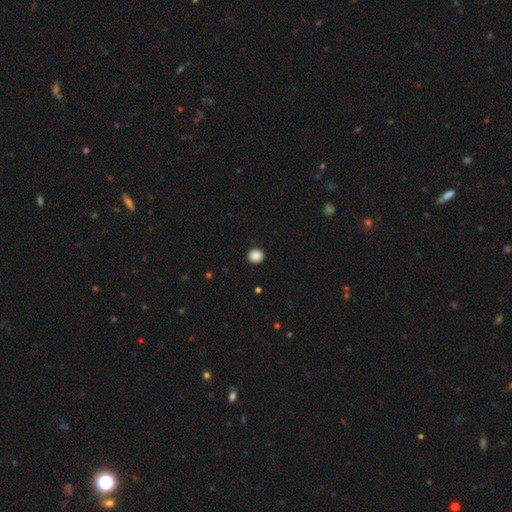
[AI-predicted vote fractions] Smooth or featured? Predicted: smooth (p=0.89). How rounded? Predicted: round (p=0.84). Merging? Predicted: none (p=0.92).